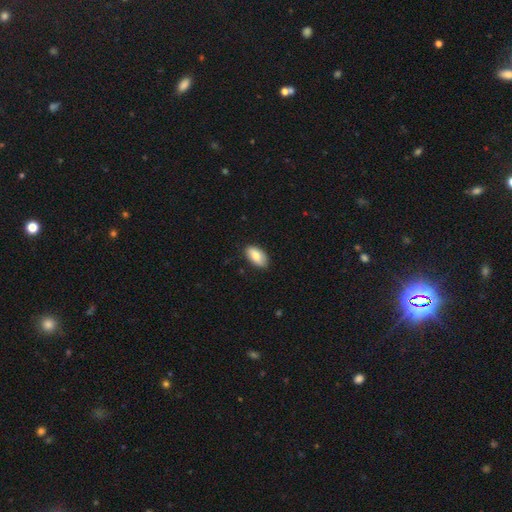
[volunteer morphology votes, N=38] Smooth or featured? smooth (68%)
How rounded? in between (100%)
Merging? none (81%)